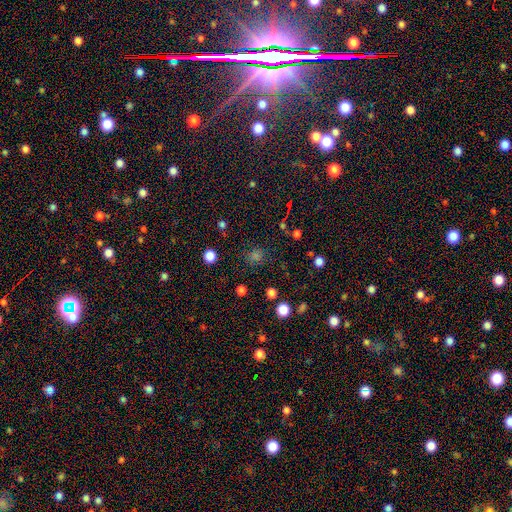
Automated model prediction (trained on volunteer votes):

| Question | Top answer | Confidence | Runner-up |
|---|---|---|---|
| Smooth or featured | smooth | 60% | star or artifact (33%) |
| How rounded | round | 85% | in between (14%) |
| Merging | none | 85% | minor disturbance (9%) |